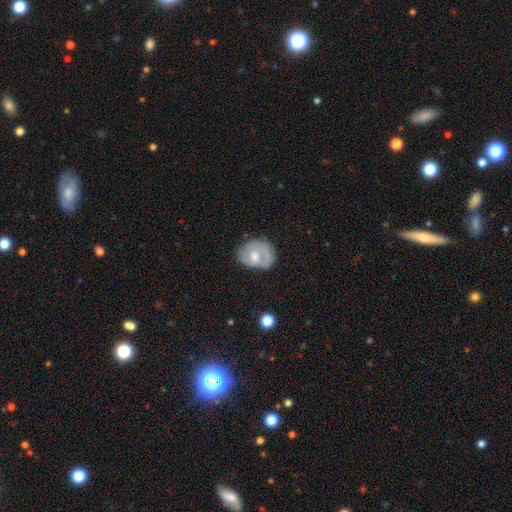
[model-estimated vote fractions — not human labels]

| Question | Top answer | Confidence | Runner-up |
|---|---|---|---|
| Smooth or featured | smooth | 47% | featured or disk (46%) |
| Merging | none | 53% | minor disturbance (28%) |